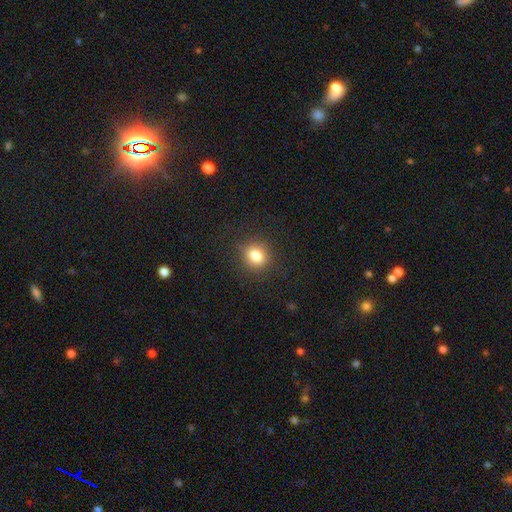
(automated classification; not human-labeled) smooth 83%, star or artifact 12%, featured or disk 6%. Down the decision tree: how rounded — round (75%); merging — none (87%).